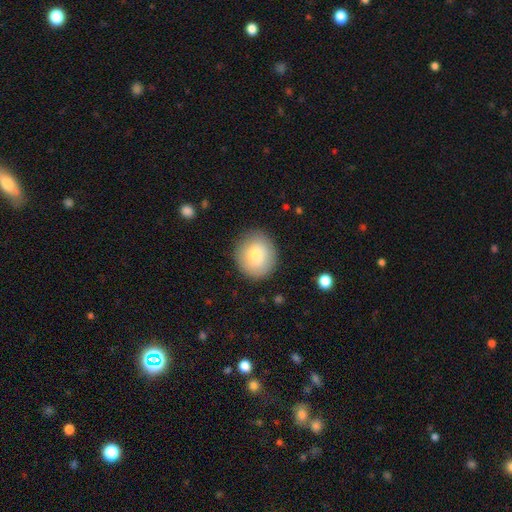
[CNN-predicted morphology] Smooth or featured? smooth (78%)
How rounded? round (84%)
Merging? none (86%)